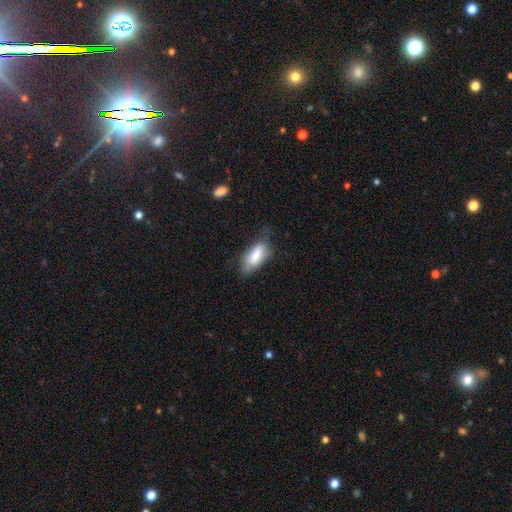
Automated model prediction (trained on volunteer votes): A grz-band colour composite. It shows a smooth galaxy with no disk features (76%) that is in between round and cigar-shaped (83%). Merging: none (45%).